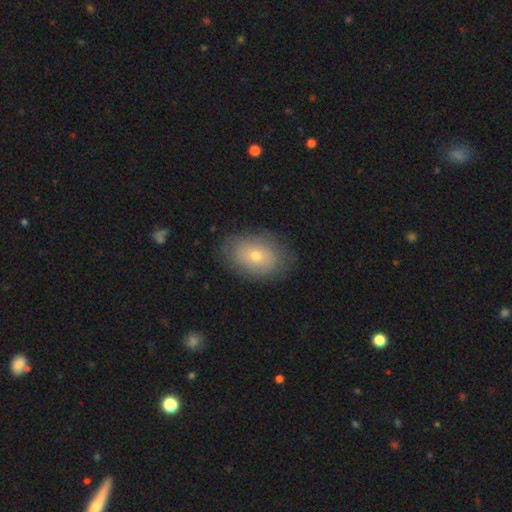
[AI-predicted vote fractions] Smooth or featured? Predicted: smooth (p=0.66). How rounded? Predicted: in between (p=0.81). Merging? Predicted: none (p=0.81).